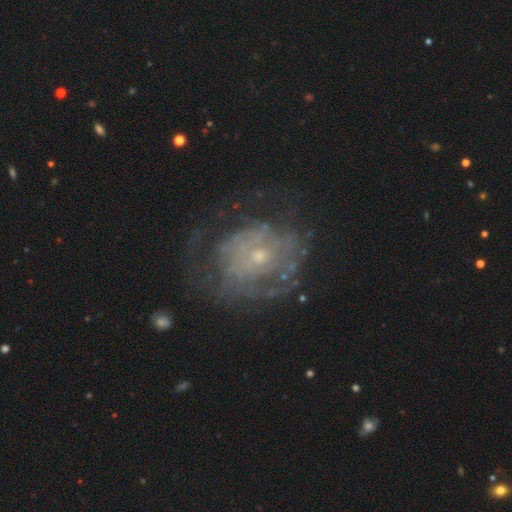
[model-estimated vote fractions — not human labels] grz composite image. It shows a featured or disk galaxy (70%) with no bar (82%), spiral arms (60%) and a small central bulge (66%). Merging: none (57%).